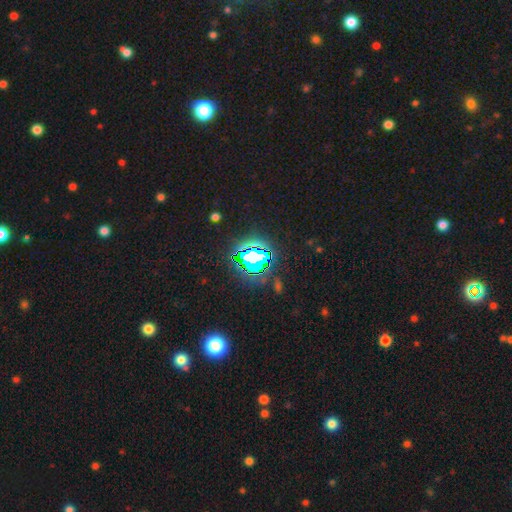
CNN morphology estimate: Smooth or featured: star or artifact — 80% (smooth — 13%)